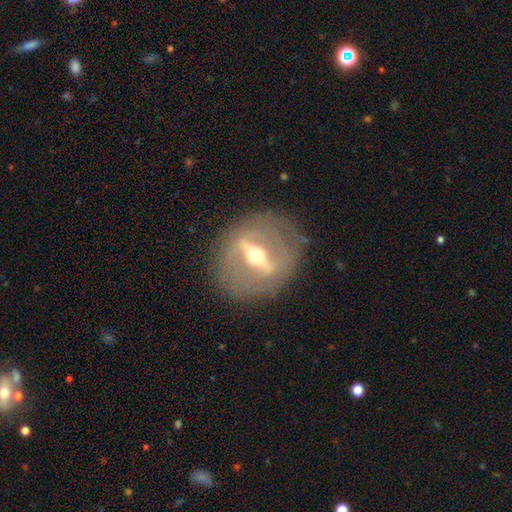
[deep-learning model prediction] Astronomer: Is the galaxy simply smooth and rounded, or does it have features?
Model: featured or disk — 83%.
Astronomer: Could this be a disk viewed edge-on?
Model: no — 66%.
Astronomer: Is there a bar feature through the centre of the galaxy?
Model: strong — 79%.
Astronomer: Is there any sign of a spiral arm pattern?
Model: no — 69%.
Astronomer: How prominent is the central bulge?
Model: moderate — 70%.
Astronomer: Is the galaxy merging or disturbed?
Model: none — 83%.